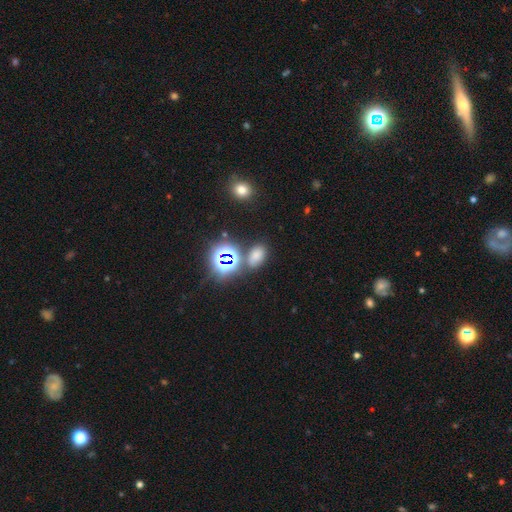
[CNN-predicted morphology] Overall: smooth (60%; star or artifact 33%). How rounded: in between (79%). Merging: none (70%).